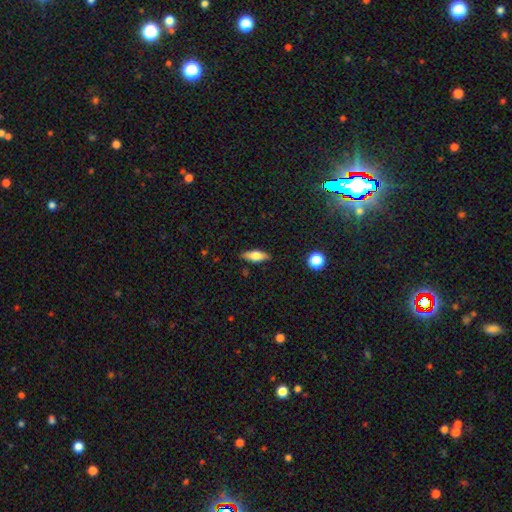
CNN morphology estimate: This is likely a smooth galaxy (61%). How rounded: likely in between (64%). Merging: clearly none (85%).